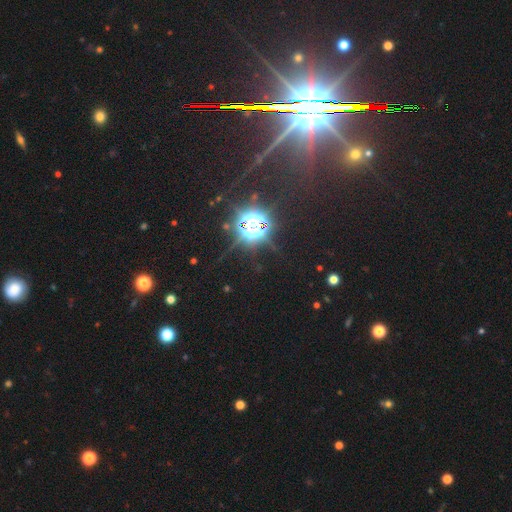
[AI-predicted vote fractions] Smooth or featured? star or artifact (84%)